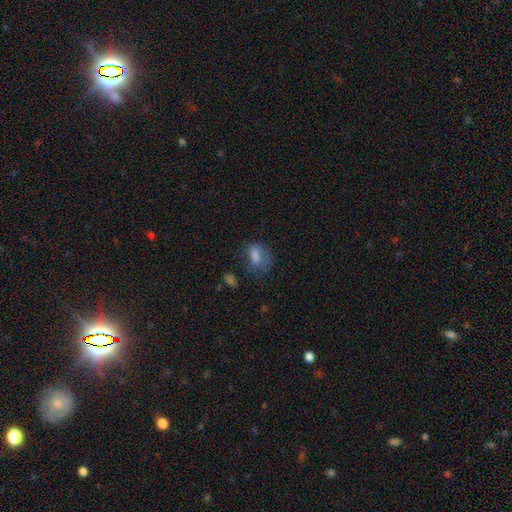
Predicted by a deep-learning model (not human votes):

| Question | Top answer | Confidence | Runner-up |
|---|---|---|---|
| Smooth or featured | smooth | 62% | featured or disk (21%) |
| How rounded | in between | 70% | round (25%) |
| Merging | none | 46% | minor disturbance (26%) |